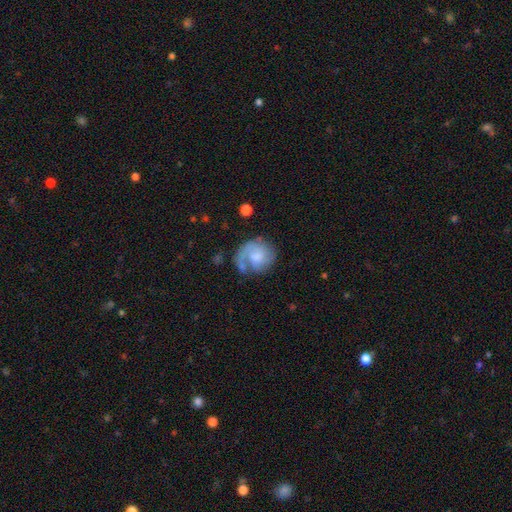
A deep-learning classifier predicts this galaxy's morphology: This is likely a featured or disk galaxy (65%). It is clearly not viewed edge-on (98%). Bar: likely no (66%). Spiral arm pattern: clearly yes (89%). Spiral arm count: likely 1 (66%). Spiral winding: marginally tight (41%). Central bulge: marginally moderate (35%). Merging: possibly none (52%).